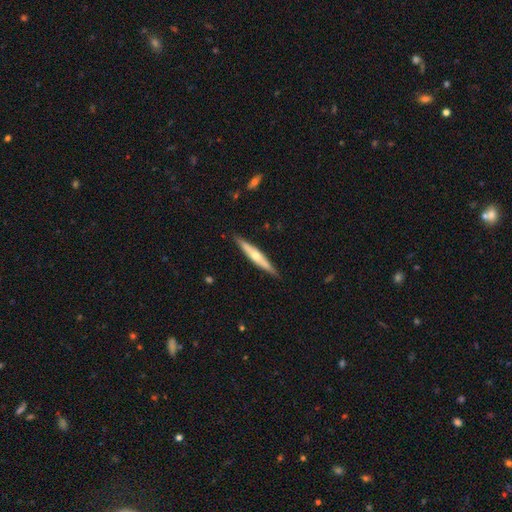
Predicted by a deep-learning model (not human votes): Smooth or featured?
  - featured or disk: 57% *
  - smooth: 38%
  - star or artifact: 5%
Edge-on disk?
  - yes: 95% *
  - no: 5%
Edge-on bulge?
  - rounded: 79% *
  - none: 15%
  - boxy: 6%
Merging?
  - none: 88% *
  - minor disturbance: 9%
  - major disturbance: 2%
  - merger: 1%